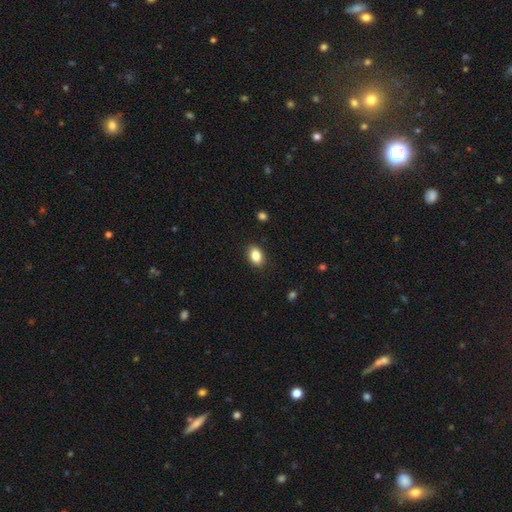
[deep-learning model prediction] A smooth galaxy with no disk features (86%) that is in between round and cigar-shaped (82%). Merging: none (88%).